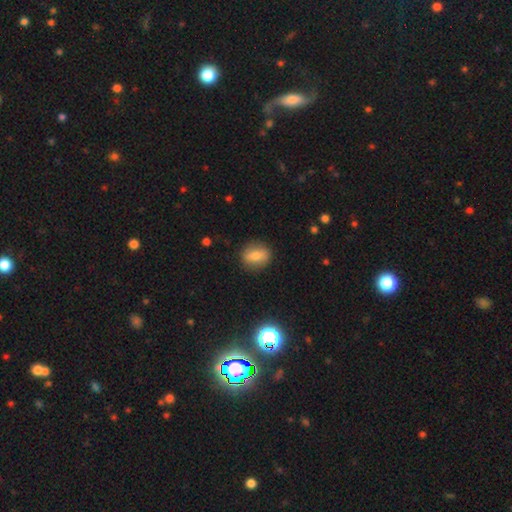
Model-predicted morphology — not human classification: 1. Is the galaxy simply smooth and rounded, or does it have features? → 69% smooth, 21% featured or disk, 10% star or artifact.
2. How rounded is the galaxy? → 51% round, 46% in between, 3% cigar-shaped.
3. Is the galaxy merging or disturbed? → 85% none, 11% minor disturbance, 3% major disturbance, 1% merger.